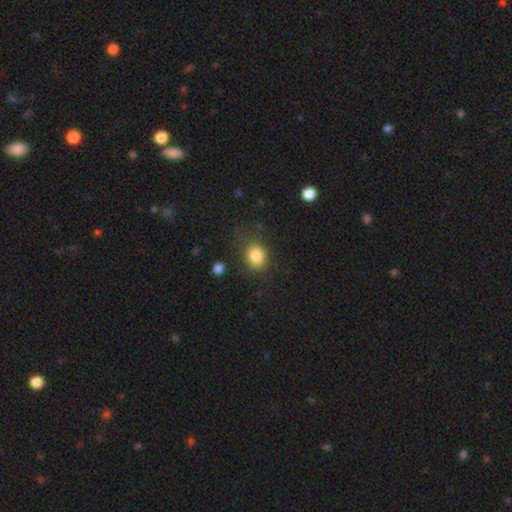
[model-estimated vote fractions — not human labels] smooth-or-featured: smooth: 83% | star or artifact: 10% | featured or disk: 6%
  how-rounded: round: 66% | in between: 33% | cigar-shaped: 1%
  merging: none: 75% | minor disturbance: 16% | major disturbance: 7% | merger: 3%